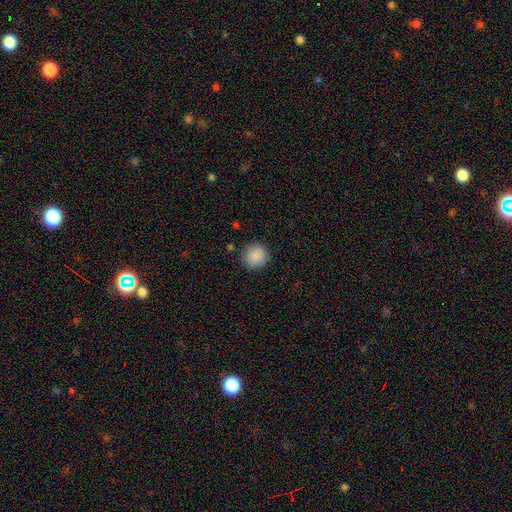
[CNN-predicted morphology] This is clearly a smooth galaxy (89%). How rounded: clearly round (93%). Merging: clearly none (90%).